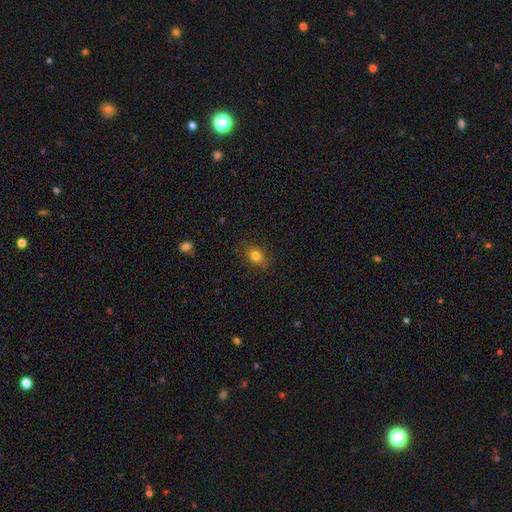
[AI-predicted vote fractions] Morphology: type=smooth (78%); roundness=in between (56%); merging=none (82%).